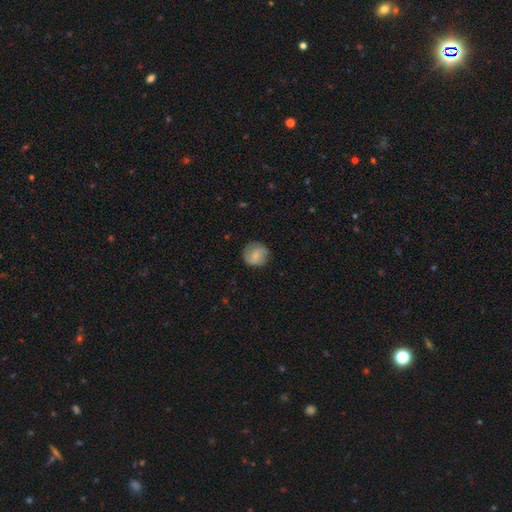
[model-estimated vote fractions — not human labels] Smooth or featured? Predicted: smooth (p=0.70). How rounded? Predicted: round (p=0.91). Merging? Predicted: none (p=0.80).